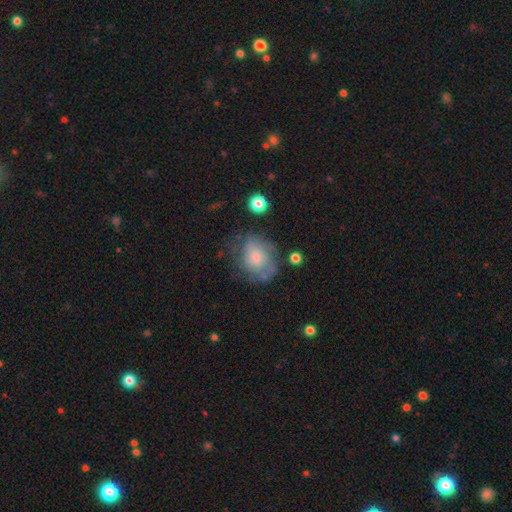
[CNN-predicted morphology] Q: Smooth or featured?
A: featured or disk (48%); runner-up: smooth (42%)
Q: Merging?
A: none (56%); runner-up: minor disturbance (24%)